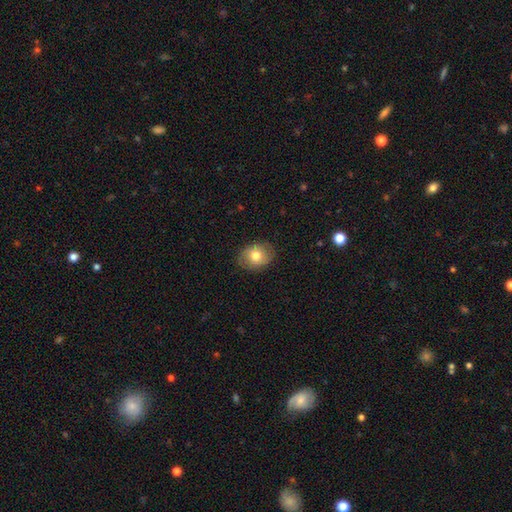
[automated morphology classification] Smooth or featured?
  - smooth: 72% *
  - featured or disk: 20%
  - star or artifact: 8%
How rounded?
  - in between: 51% *
  - round: 48%
  - cigar-shaped: 1%
Merging?
  - none: 83% *
  - minor disturbance: 13%
  - major disturbance: 3%
  - merger: 1%